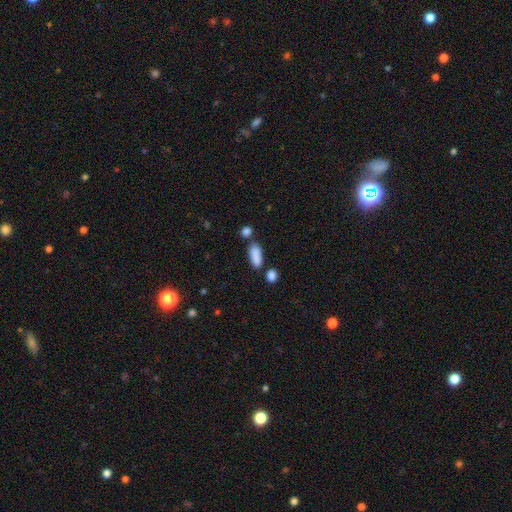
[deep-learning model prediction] Smooth or featured?
  - smooth: 86% *
  - star or artifact: 8%
  - featured or disk: 6%
How rounded?
  - in between: 75% *
  - cigar-shaped: 22%
  - round: 4%
Merging?
  - none: 62% *
  - merger: 17%
  - minor disturbance: 16%
  - major disturbance: 5%